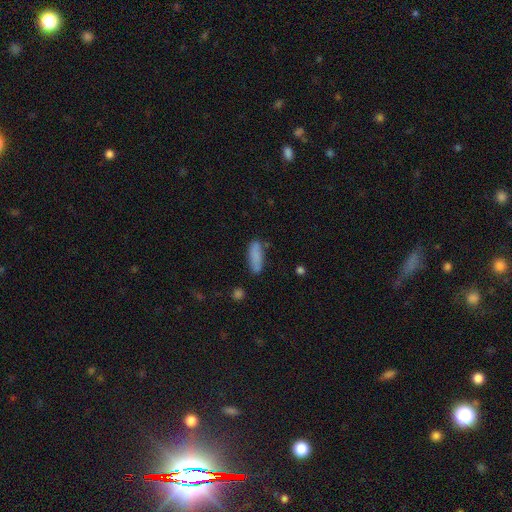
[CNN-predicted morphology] Smooth or featured? Predicted: smooth (p=0.83). How rounded? Predicted: in between (p=0.52). Merging? Predicted: none (p=0.70).